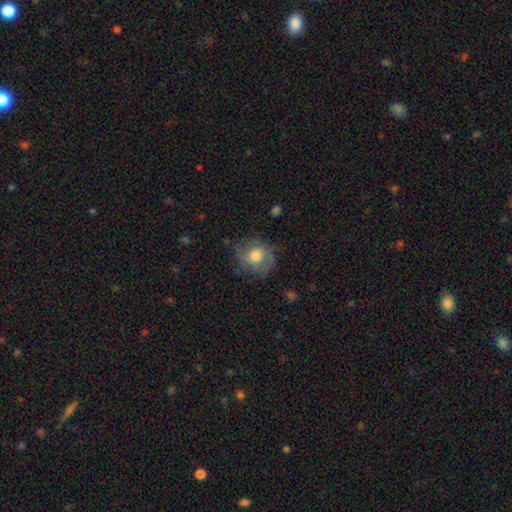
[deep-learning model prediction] Smooth or featured: smooth — 51% (featured or disk — 41%)
How rounded: round — 76% (in between — 23%)
Merging: none — 64% (minor disturbance — 22%)